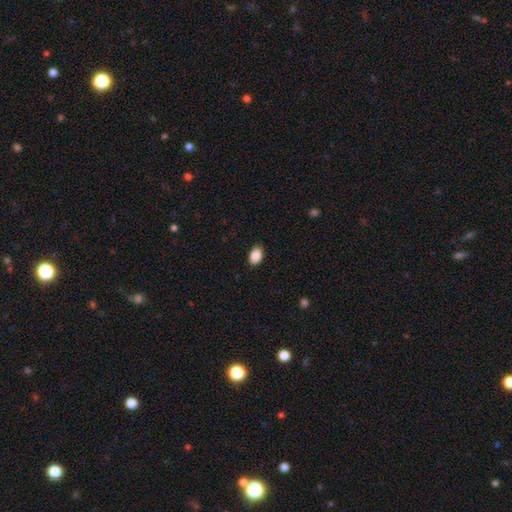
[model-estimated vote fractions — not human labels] smooth 88%, star or artifact 8%, featured or disk 4%. Down the decision tree: how rounded — in between (88%); merging — none (89%).